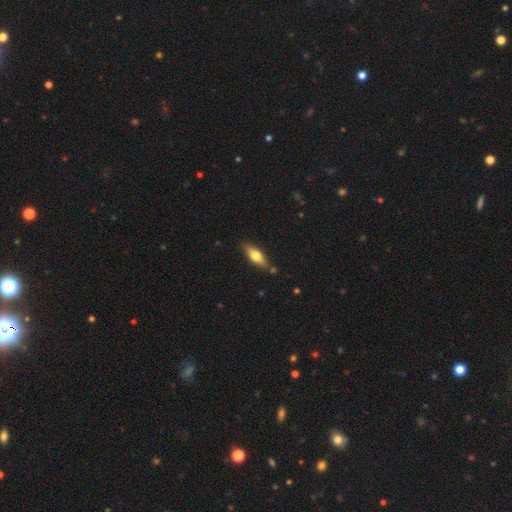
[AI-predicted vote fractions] smooth_or_featured: smooth (p=0.62) [alt: featured or disk p=0.32]
how_rounded: in between (p=0.56) [alt: cigar-shaped p=0.42]
merging: none (p=0.79) [alt: minor disturbance p=0.14]